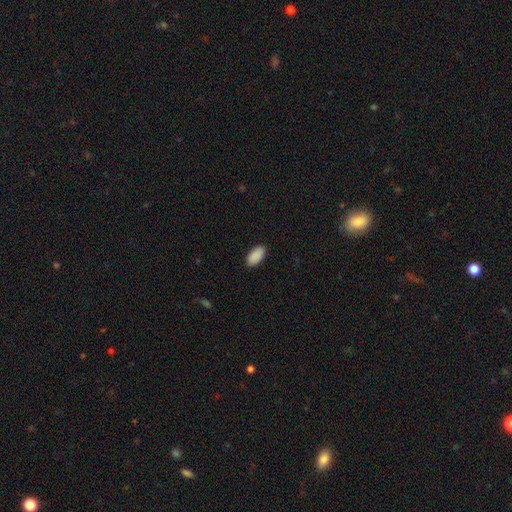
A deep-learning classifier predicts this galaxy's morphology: smooth-or-featured: smooth: 91% | star or artifact: 6% | featured or disk: 3%
  how-rounded: in between: 95% | cigar-shaped: 3% | round: 2%
  merging: none: 89% | minor disturbance: 8% | major disturbance: 2% | merger: 1%